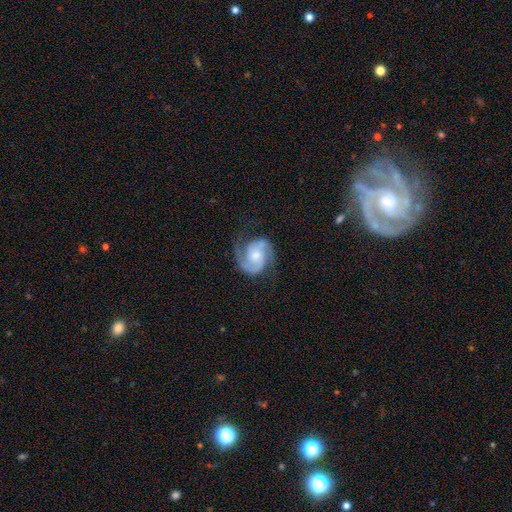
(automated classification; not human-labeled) Smooth or featured? featured or disk (87%)
Edge-on disk? no (98%)
Bar? no (60%)
Spiral arms? yes (98%)
Spiral winding? medium (53%)
Spiral arm count? 2 (91%)
Bulge size? moderate (52%)
Merging? none (73%)